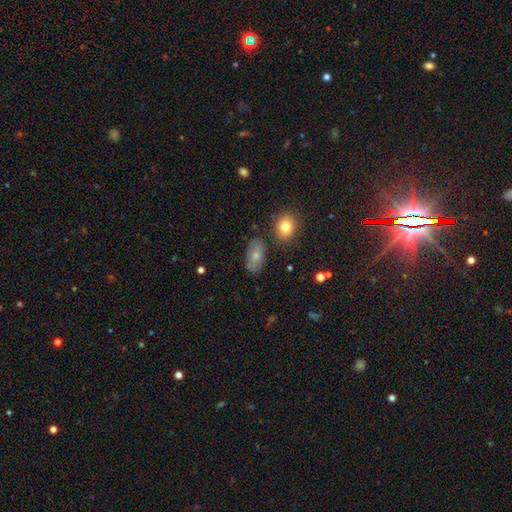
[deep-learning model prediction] Overall: smooth (67%). How rounded: in between (91%). Merging: none (74%).